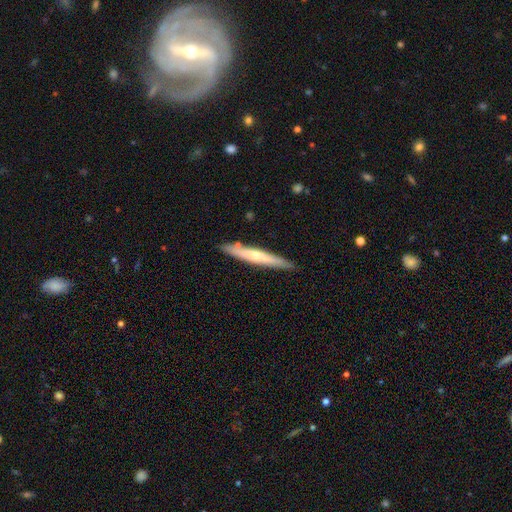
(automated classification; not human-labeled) Smooth or featured?
  - featured or disk: 49% *
  - smooth: 46%
  - star or artifact: 5%
Merging?
  - none: 86% *
  - minor disturbance: 10%
  - merger: 3%
  - major disturbance: 2%